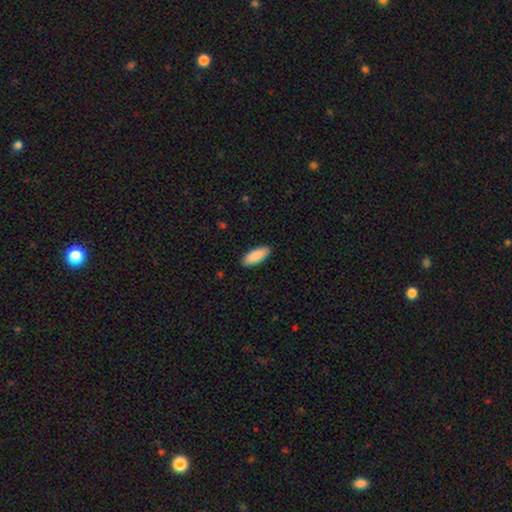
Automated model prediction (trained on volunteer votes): smooth_or_featured: smooth (p=0.90) [alt: star or artifact p=0.05]
how_rounded: in between (p=0.78) [alt: cigar-shaped p=0.20]
merging: none (p=0.89) [alt: minor disturbance p=0.08]